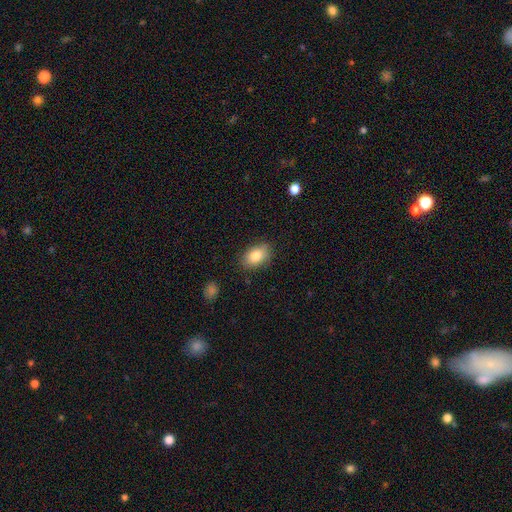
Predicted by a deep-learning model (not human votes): Smooth or featured: smooth — 83% (featured or disk — 9%)
How rounded: in between — 88% (round — 11%)
Merging: none — 83% (minor disturbance — 13%)